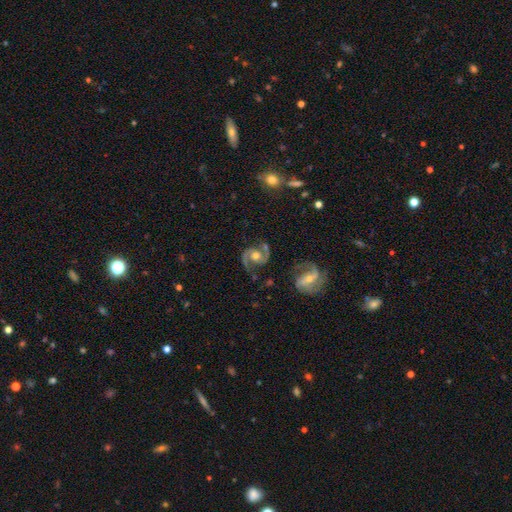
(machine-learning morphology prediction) The model was most divided on "bar": no: 66%, weak: 25%, strong: 9%. More confident: edge-on disk — no (98%); spiral arms — yes (97%); spiral arm count — 2 (94%); smooth or featured — featured or disk (89%); merging — none (74%); bulge size — moderate (70%); spiral winding — medium (62%).